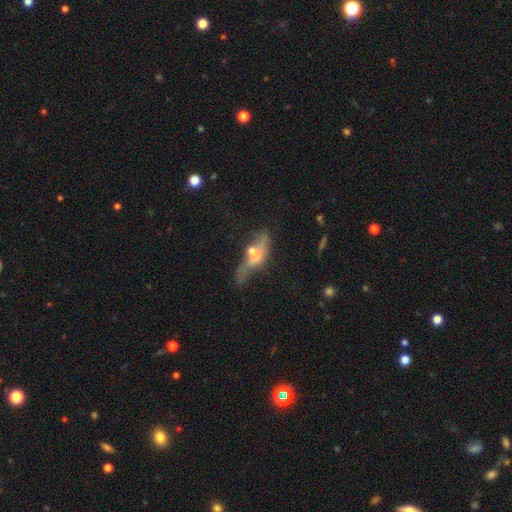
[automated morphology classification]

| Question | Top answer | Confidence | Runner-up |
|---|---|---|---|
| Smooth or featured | featured or disk | 59% | smooth (29%) |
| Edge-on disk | yes | 50% | tied: no (50%) |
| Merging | none | 36% | major disturbance (22%) |